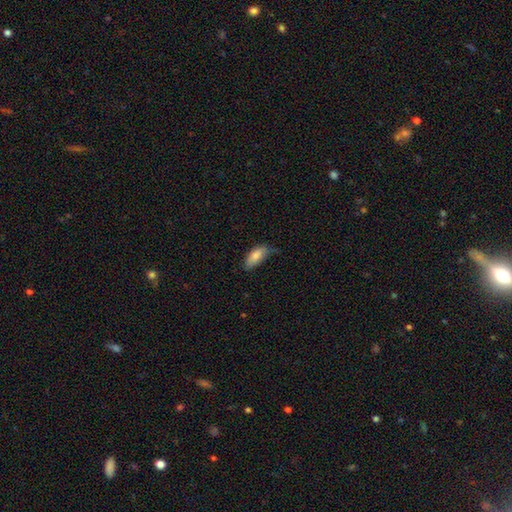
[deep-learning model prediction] This is clearly a smooth galaxy (84%). How rounded: clearly in between (86%). Merging: marginally none (45%).